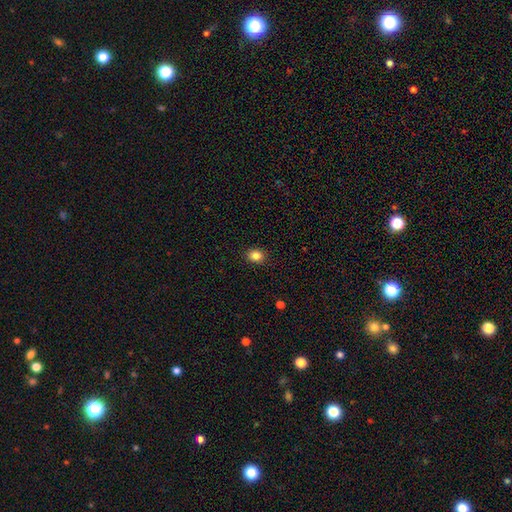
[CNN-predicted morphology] This appears to be a smooth galaxy with no disk features (84%) that is round (58%). Merging: none (91%).